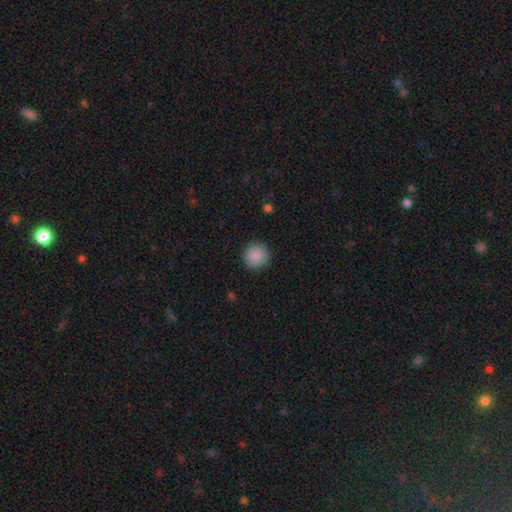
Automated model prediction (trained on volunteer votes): Smooth or featured?
  - smooth: 89% *
  - star or artifact: 8%
  - featured or disk: 3%
How rounded?
  - round: 93% *
  - in between: 6%
  - cigar-shaped: 1%
Merging?
  - none: 91% *
  - minor disturbance: 6%
  - major disturbance: 2%
  - merger: 1%